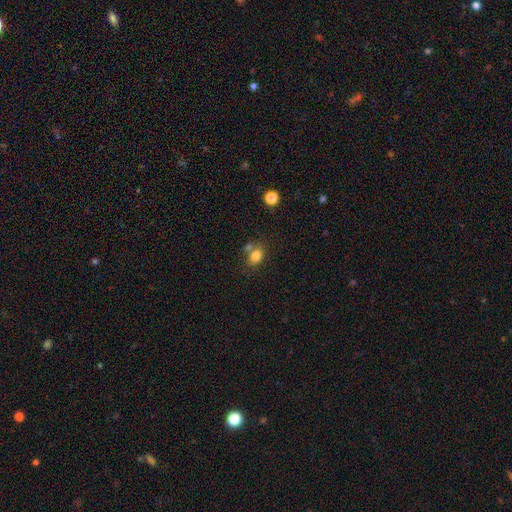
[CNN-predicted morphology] This is clearly a smooth galaxy (80%). How rounded: likely in between (68%). Merging: possibly none (54%).